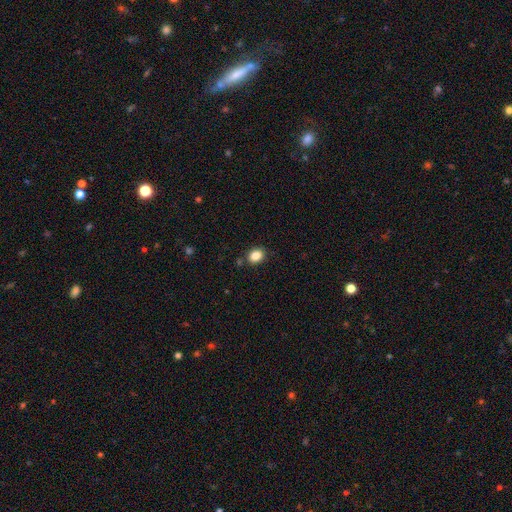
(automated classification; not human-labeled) A smooth galaxy with no disk features (85%) that is in between round and cigar-shaped (55%).

Vote fractions:
- Smooth or featured? smooth: 85% / star or artifact: 10% / featured or disk: 5%
- How rounded? in between: 55% / round: 44% / cigar-shaped: 1%
- Merging? none: 85% / minor disturbance: 10% / merger: 3% / major disturbance: 2%